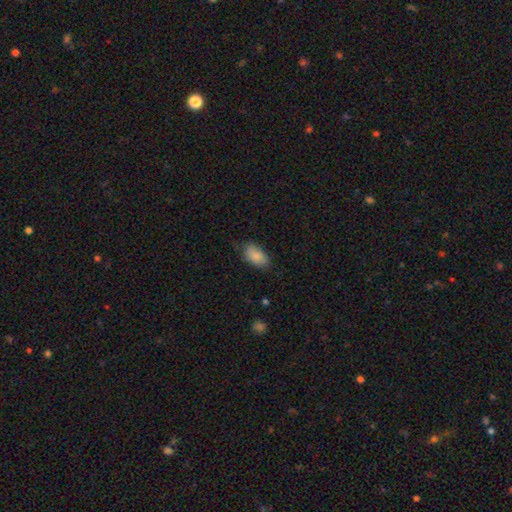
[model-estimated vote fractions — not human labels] Smooth or featured? smooth (86%)
How rounded? in between (93%)
Merging? none (69%)